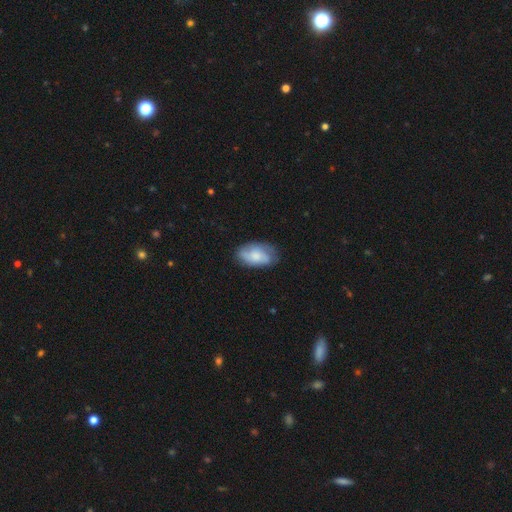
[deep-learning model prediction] Smooth or featured? smooth (62%)
How rounded? in between (93%)
Merging? none (68%)